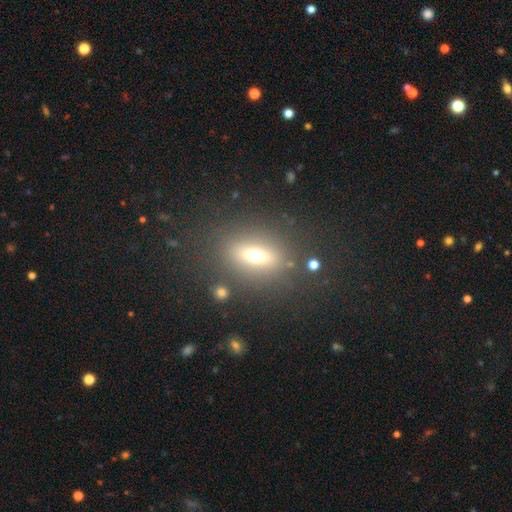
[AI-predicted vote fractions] Q: Smooth or featured?
A: smooth (54%); runner-up: featured or disk (31%)
Q: How rounded?
A: in between (62%); runner-up: round (21%)
Q: Merging?
A: none (80%); runner-up: minor disturbance (10%)